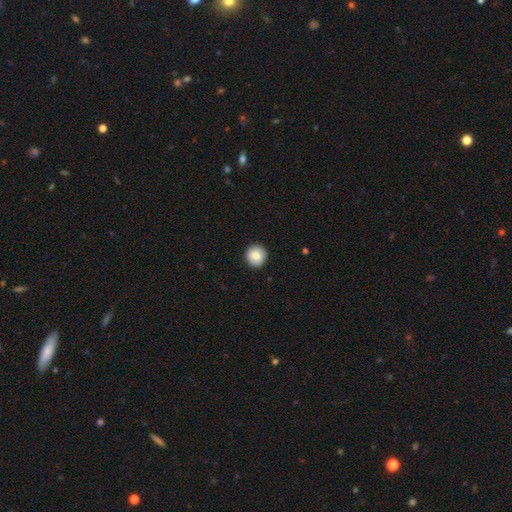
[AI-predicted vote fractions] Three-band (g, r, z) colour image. It shows a smooth galaxy with no disk features (86%) that is round (94%). Merging: none (91%).